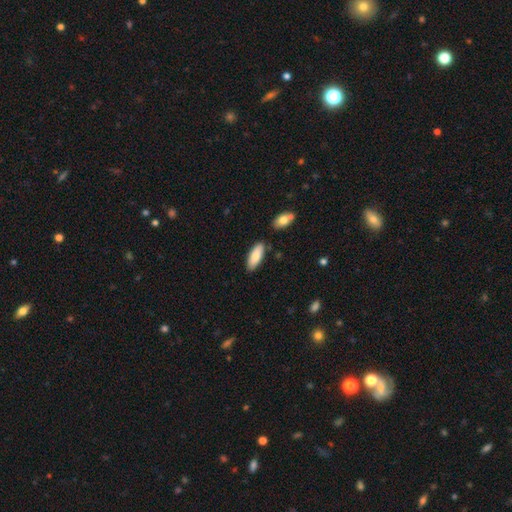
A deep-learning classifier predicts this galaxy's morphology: Smooth or featured? Predicted: smooth (p=0.84). How rounded? Predicted: in between (p=0.72). Merging? Predicted: none (p=0.83).